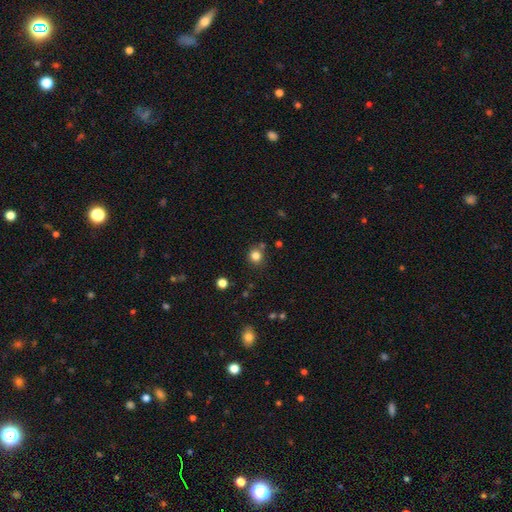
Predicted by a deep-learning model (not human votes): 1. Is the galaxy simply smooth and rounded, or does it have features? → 82% smooth, 13% star or artifact, 5% featured or disk.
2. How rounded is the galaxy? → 90% round, 9% in between, 1% cigar-shaped.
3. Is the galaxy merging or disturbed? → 79% none, 10% minor disturbance, 8% merger, 3% major disturbance.